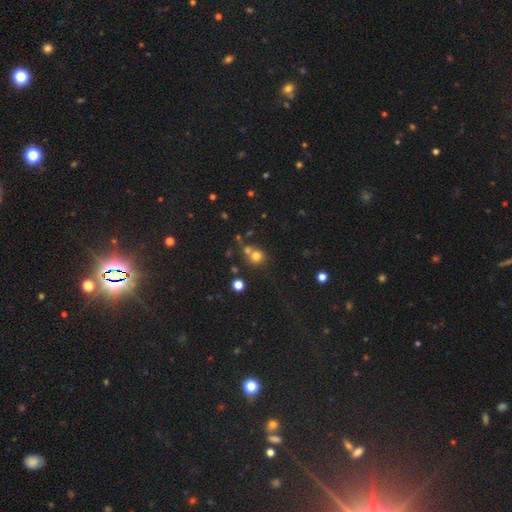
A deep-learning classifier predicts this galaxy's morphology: smooth_or_featured: smooth (p=0.74) [alt: star or artifact p=0.17]
how_rounded: round (p=0.86) [alt: in between p=0.13]
merging: none (p=0.52) [alt: merger p=0.34]